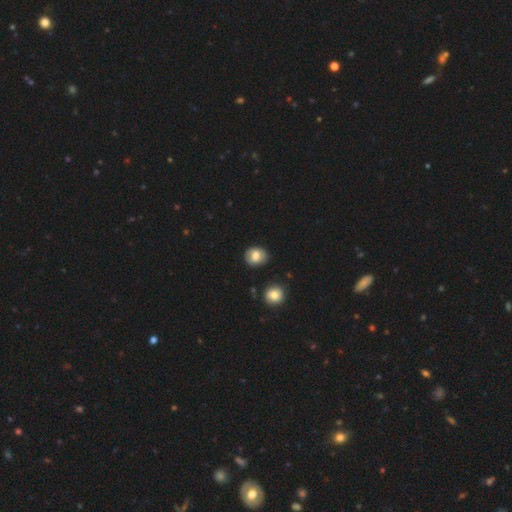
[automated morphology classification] This is likely a smooth galaxy (68%). How rounded: likely round (62%). Merging: likely none (78%).